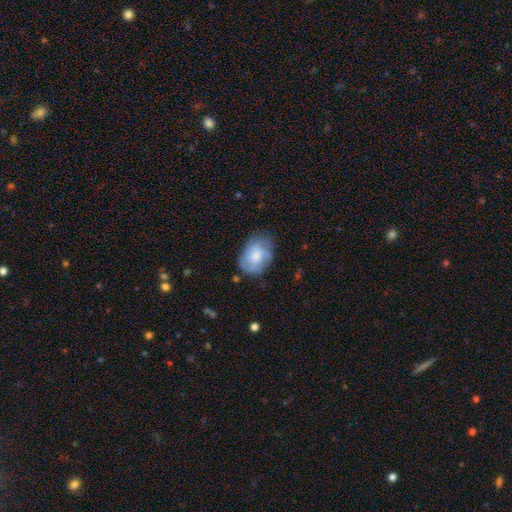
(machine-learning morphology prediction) A smooth galaxy with no disk features (56%) that is in between round and cigar-shaped (74%). Merging: none (62%).